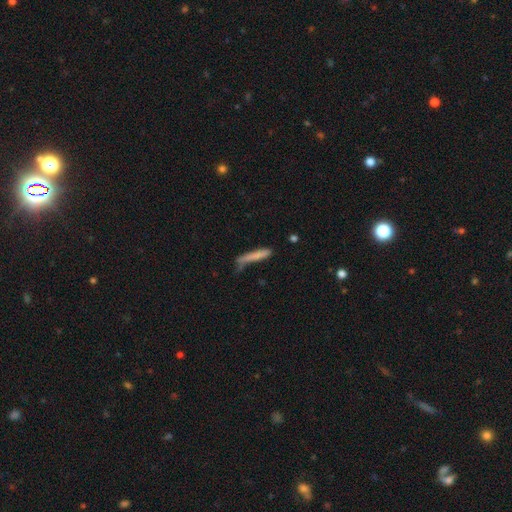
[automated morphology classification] This appears to be a smooth galaxy with no disk features (74%) that is cigar-shaped (93%). Merging: none (55%).